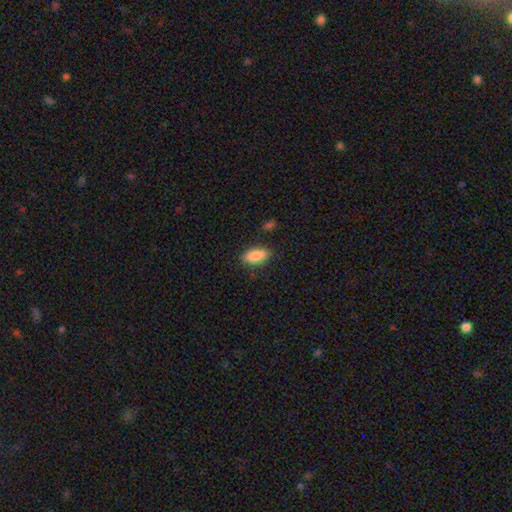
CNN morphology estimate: A smooth galaxy with no disk features (85%) that is in between round and cigar-shaped (87%).

Vote fractions:
- Smooth or featured? smooth: 85% / featured or disk: 9% / star or artifact: 7%
- How rounded? in between: 87% / cigar-shaped: 10% / round: 3%
- Merging? none: 83% / minor disturbance: 12% / major disturbance: 3% / merger: 2%